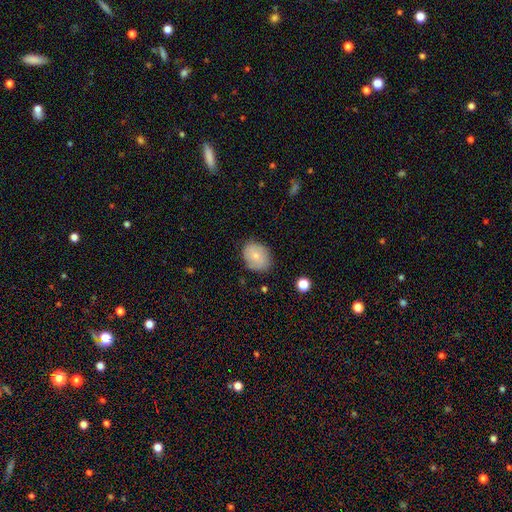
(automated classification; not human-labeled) smooth_or_featured: smooth (p=0.69) [alt: featured or disk p=0.24]
how_rounded: in between (p=0.58) [alt: round p=0.41]
merging: none (p=0.75) [alt: minor disturbance p=0.20]